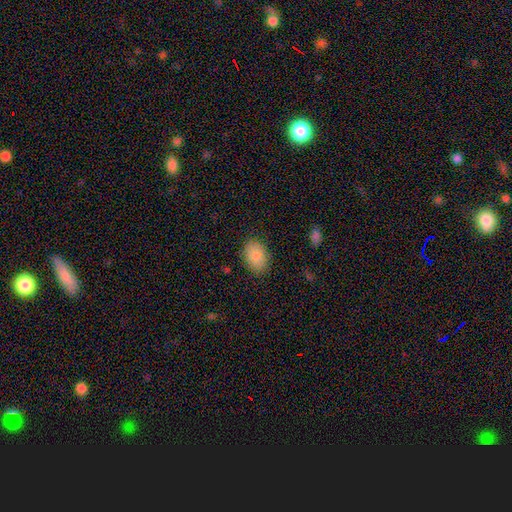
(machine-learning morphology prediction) This appears to be a smooth galaxy with no disk features (86%) that is in between round and cigar-shaped (81%). Merging: none (86%).